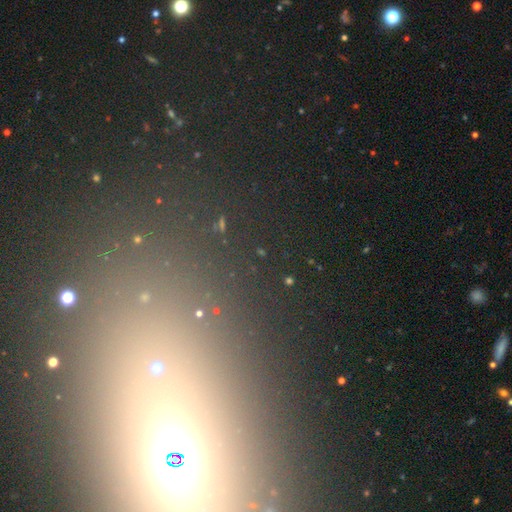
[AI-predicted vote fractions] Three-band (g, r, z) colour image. It shows a star or artifact, not a galaxy (63%).